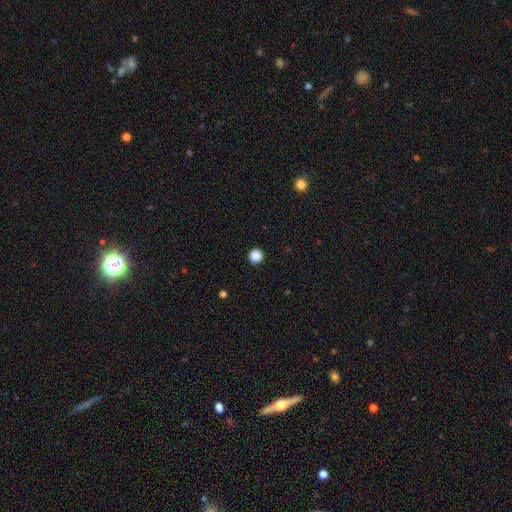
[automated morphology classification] The model was most divided on "smooth or featured": smooth: 87%, star or artifact: 11%, featured or disk: 2%. More confident: how rounded — round (96%); merging — none (94%).